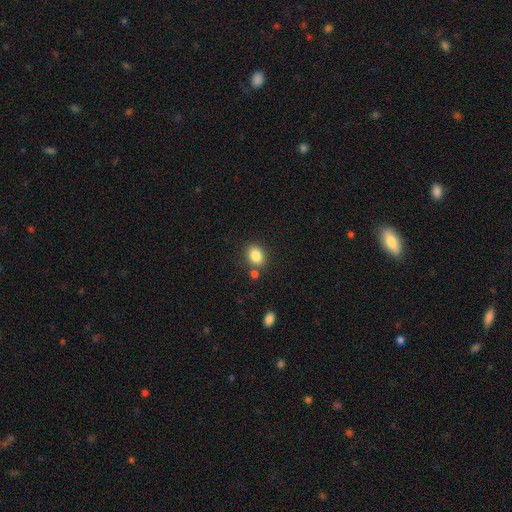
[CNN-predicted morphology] This appears to be a smooth galaxy with no disk features (84%) that is in between round and cigar-shaped (59%). Merging: none (76%).